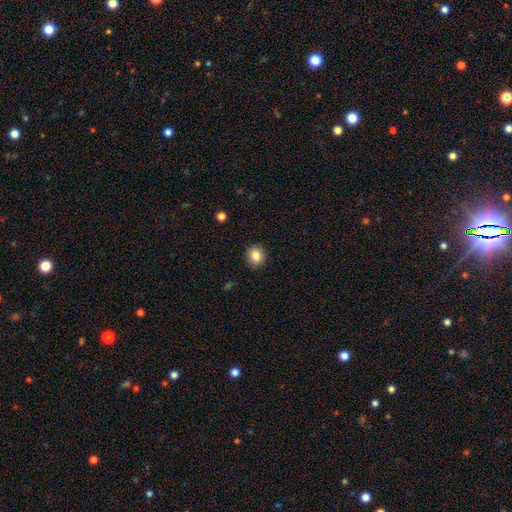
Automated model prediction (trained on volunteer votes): Q: Smooth or featured?
A: smooth (84%); runner-up: star or artifact (9%)
Q: How rounded?
A: round (83%); runner-up: in between (17%)
Q: Merging?
A: none (91%); runner-up: minor disturbance (7%)